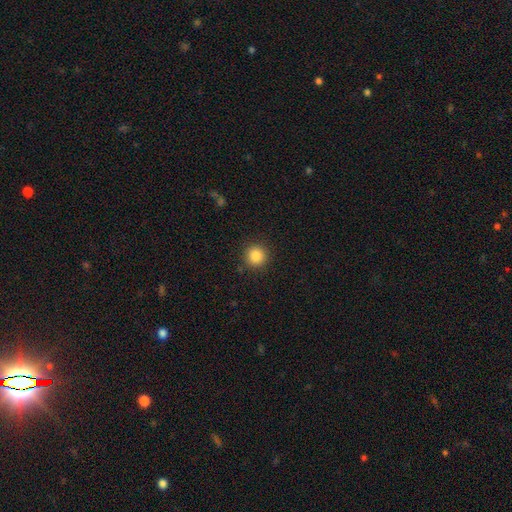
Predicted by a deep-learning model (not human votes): smooth 85%, star or artifact 11%, featured or disk 5%. Down the decision tree: how rounded — round (94%); merging — none (90%).